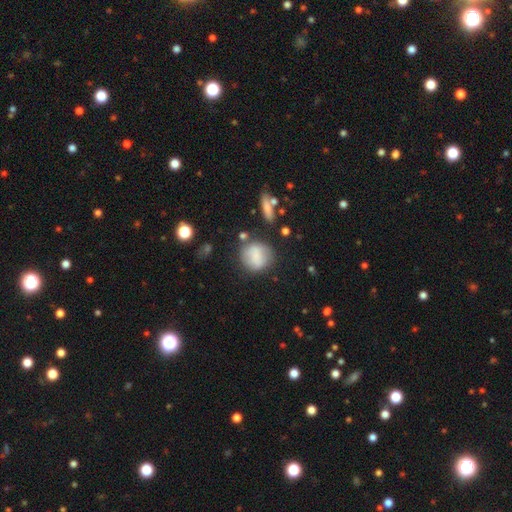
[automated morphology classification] A smooth galaxy with no disk features (72%) that is round (78%). Merging: none (62%).